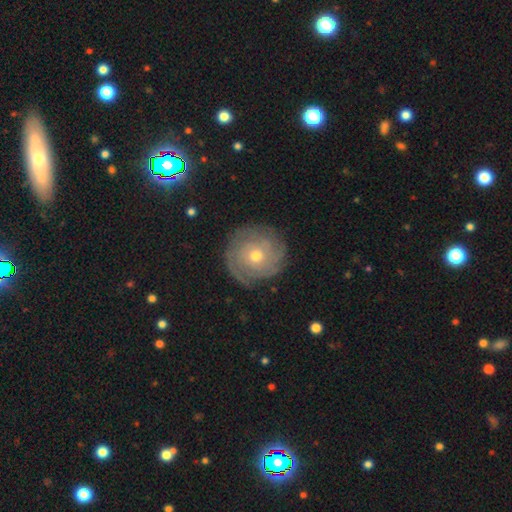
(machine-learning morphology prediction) Overall: featured or disk (71%). Edge-on disk: no (97%). Bar: no (83%). Spiral arms: yes (89%). Spiral arm count: can't tell (43%; 3 18%). Spiral winding: tight (79%). Bulge size: moderate (52%; small 44%). Merging: none (84%).